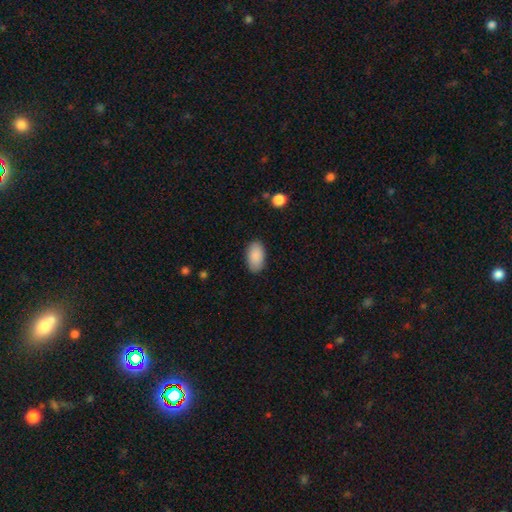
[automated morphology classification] Smooth or featured? Predicted: smooth (p=0.90). How rounded? Predicted: in between (p=0.95). Merging? Predicted: none (p=0.87).